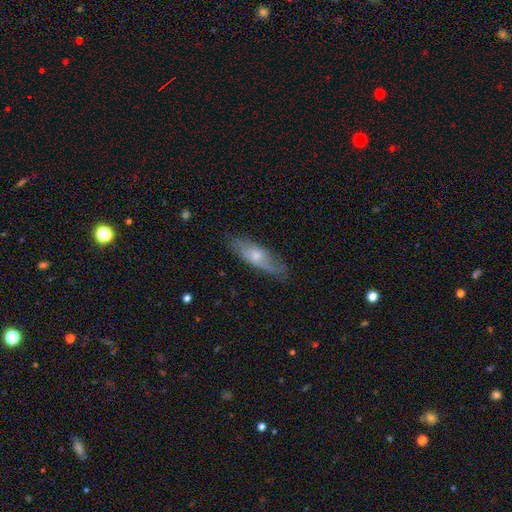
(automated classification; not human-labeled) featured or disk 52%, smooth 42%, star or artifact 7%. Down the decision tree: edge-on disk — no (60%); merging — none (74%).